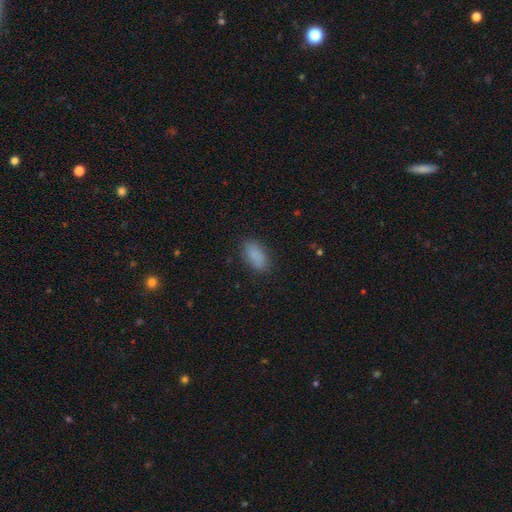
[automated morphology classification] Smooth or featured?
  - smooth: 86% *
  - star or artifact: 8%
  - featured or disk: 6%
How rounded?
  - in between: 90% *
  - cigar-shaped: 6%
  - round: 4%
Merging?
  - none: 83% *
  - minor disturbance: 12%
  - major disturbance: 3%
  - merger: 1%